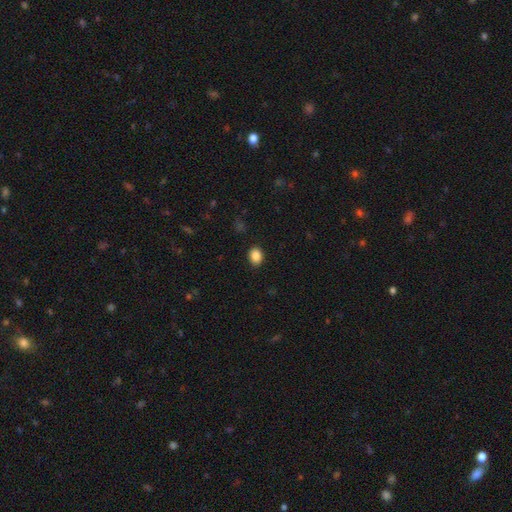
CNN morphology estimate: Overall: smooth (88%). How rounded: in between (59%; round 40%). Merging: none (89%).